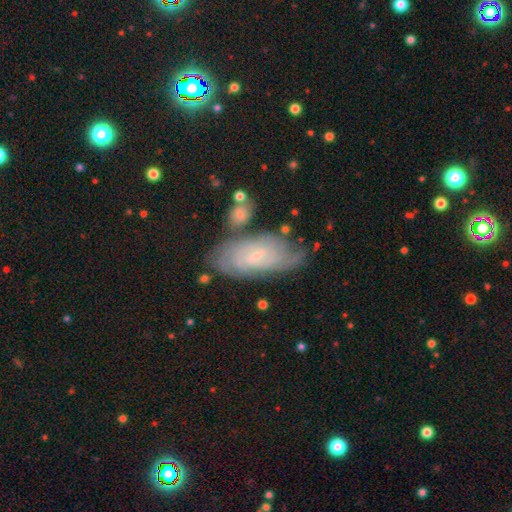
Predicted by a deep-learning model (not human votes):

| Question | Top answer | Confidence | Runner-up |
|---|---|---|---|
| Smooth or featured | featured or disk | 74% | smooth (18%) |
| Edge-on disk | no | 92% | yes (8%) |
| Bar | no | 48% | weak (43%) |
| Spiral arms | yes | 92% | no (8%) |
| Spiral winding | tight | 72% | medium (22%) |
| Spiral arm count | can't tell | 49% | 2 (21%) |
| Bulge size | small | 80% | moderate (15%) |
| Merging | none | 69% | minor disturbance (18%) |